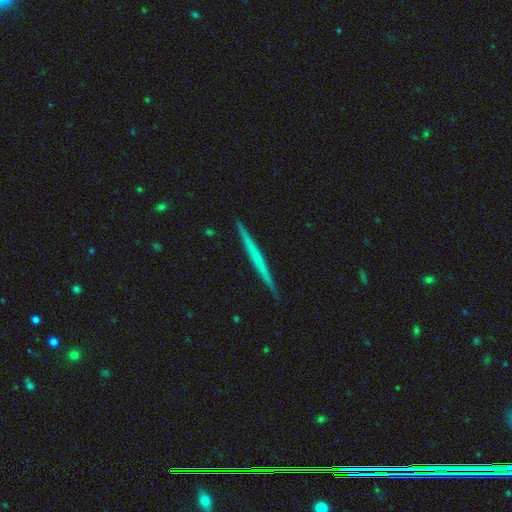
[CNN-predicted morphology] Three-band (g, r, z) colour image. It shows a featured or disk galaxy (56%) viewed edge-on (98%) with no central bulge (87%). Merging: none (92%).